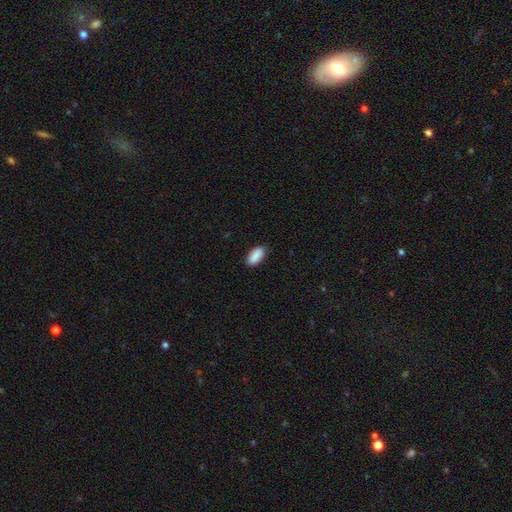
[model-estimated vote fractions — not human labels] A smooth galaxy with no disk features (90%) that is in between round and cigar-shaped (92%).

Vote fractions:
- Smooth or featured? smooth: 90% / star or artifact: 6% / featured or disk: 4%
- How rounded? in between: 92% / cigar-shaped: 6% / round: 2%
- Merging? none: 87% / minor disturbance: 10% / major disturbance: 2% / merger: 1%